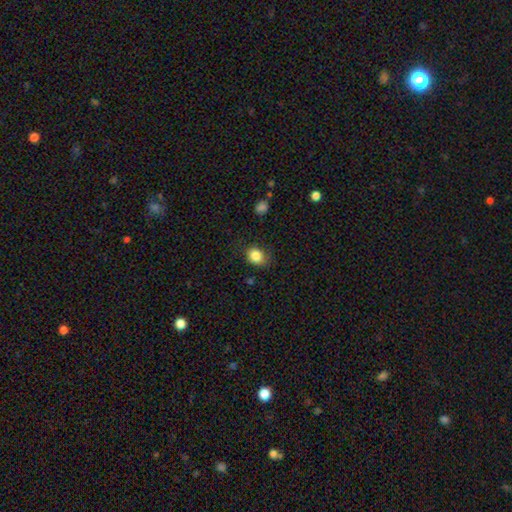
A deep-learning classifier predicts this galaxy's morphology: Smooth or featured?
  - smooth: 85% *
  - star or artifact: 10%
  - featured or disk: 5%
How rounded?
  - round: 50% *
  - in between: 49%
  - cigar-shaped: 1%
Merging?
  - none: 75% *
  - minor disturbance: 19%
  - major disturbance: 5%
  - merger: 2%